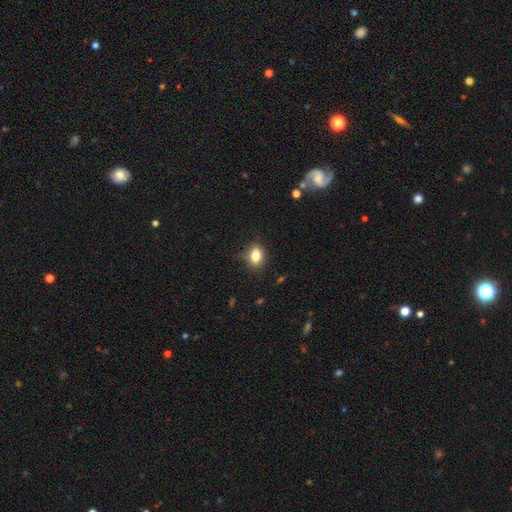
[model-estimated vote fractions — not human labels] smooth-or-featured: smooth: 80% | star or artifact: 10% | featured or disk: 10%
  how-rounded: in between: 75% | round: 22% | cigar-shaped: 2%
  merging: none: 76% | minor disturbance: 18% | major disturbance: 4% | merger: 2%